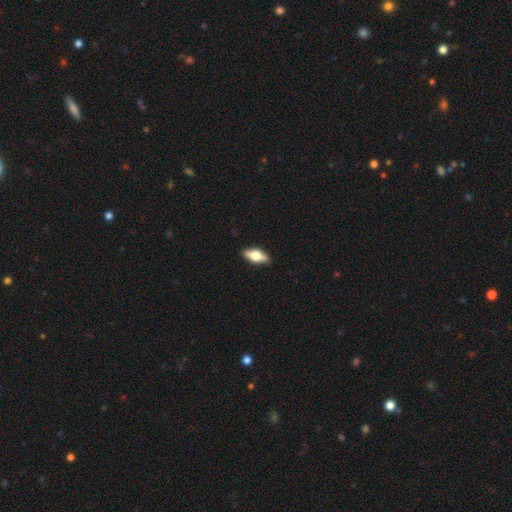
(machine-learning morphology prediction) Overall: smooth (53%; featured or disk 40%). How rounded: in between (79%). Merging: none (87%).